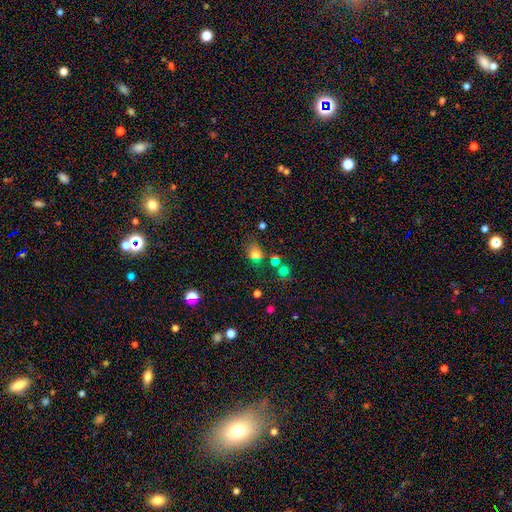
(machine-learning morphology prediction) This appears to be a smooth galaxy with no disk features (73%) that is in between round and cigar-shaped (50%). Merging: none (58%).